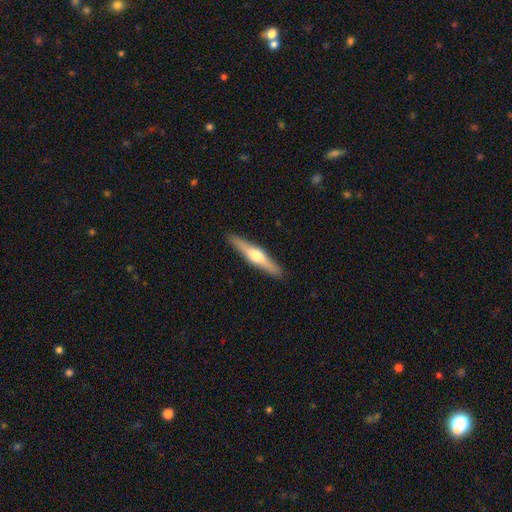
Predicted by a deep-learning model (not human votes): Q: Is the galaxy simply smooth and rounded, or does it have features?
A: featured or disk — 60%.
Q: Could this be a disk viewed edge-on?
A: yes — 96%.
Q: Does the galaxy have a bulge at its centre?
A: rounded — 91%.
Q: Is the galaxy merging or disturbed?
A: none — 91%.